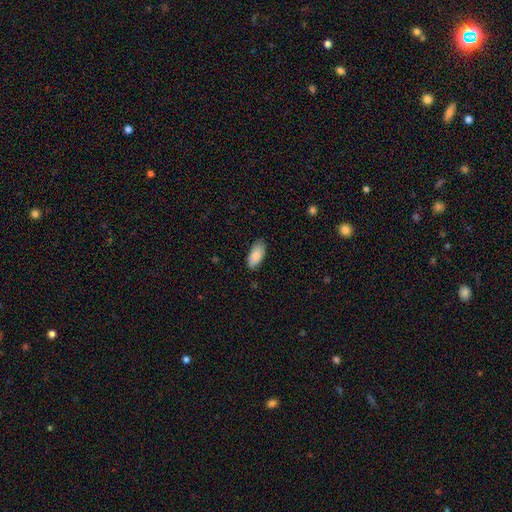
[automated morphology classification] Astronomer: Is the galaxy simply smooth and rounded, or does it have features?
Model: smooth — 84%.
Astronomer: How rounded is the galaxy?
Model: in between — 92%.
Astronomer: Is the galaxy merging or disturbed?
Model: none — 82%.